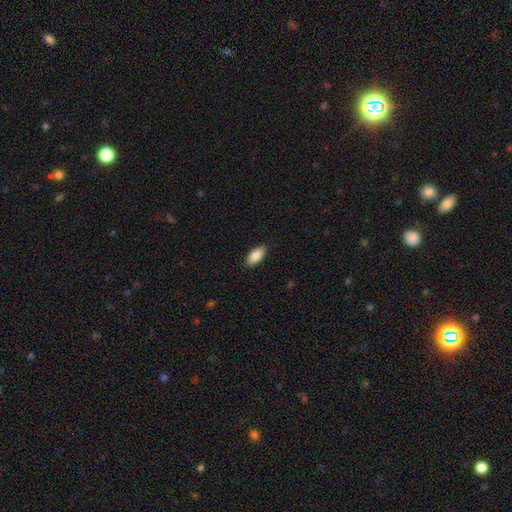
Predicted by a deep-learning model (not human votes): Overall: smooth (88%). How rounded: in between (89%). Merging: none (88%).